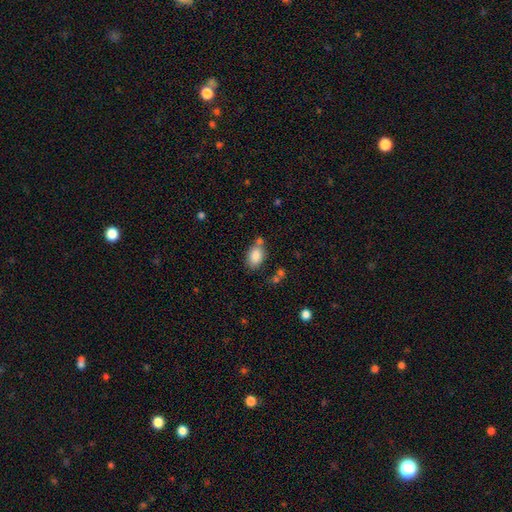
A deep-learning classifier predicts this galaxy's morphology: type=smooth (85%); roundness=in between (85%); merging=none (63%).